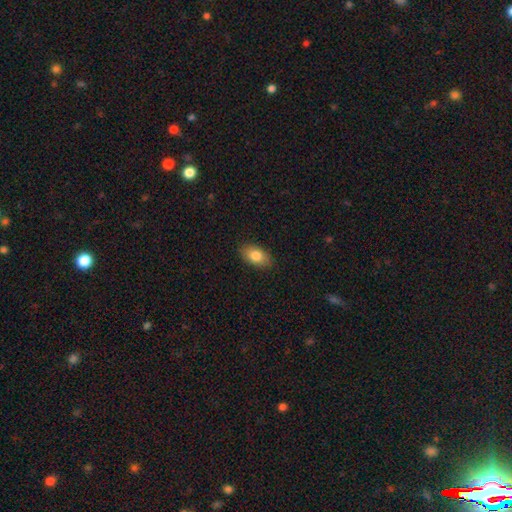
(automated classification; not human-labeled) smooth-or-featured: smooth: 82% | featured or disk: 11% | star or artifact: 7%
  how-rounded: in between: 91% | round: 7% | cigar-shaped: 2%
  merging: none: 88% | minor disturbance: 9% | major disturbance: 2% | merger: 1%